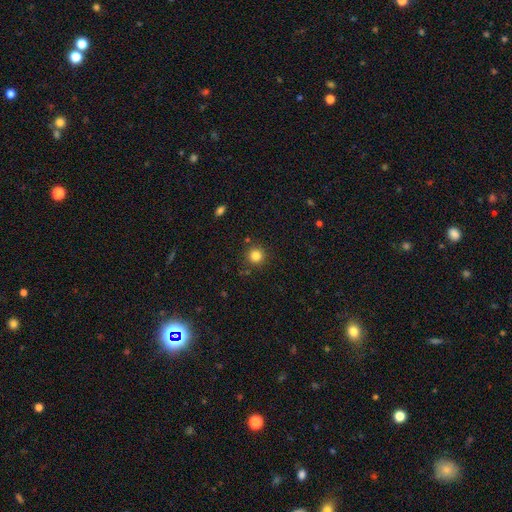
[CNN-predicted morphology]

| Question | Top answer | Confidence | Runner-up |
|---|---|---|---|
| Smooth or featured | smooth | 83% | star or artifact (12%) |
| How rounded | round | 95% | in between (5%) |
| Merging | none | 87% | minor disturbance (7%) |